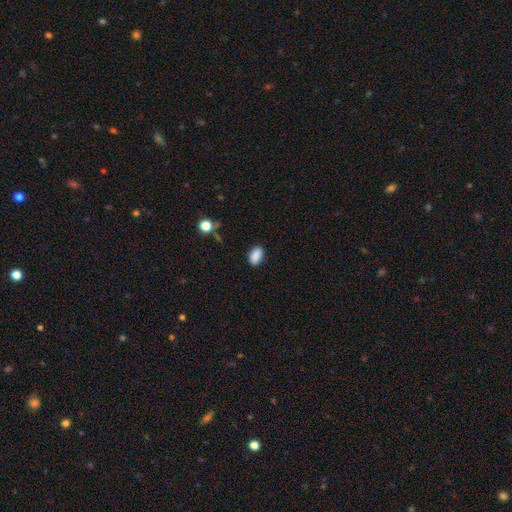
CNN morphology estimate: The model was most divided on "merging": none: 85%, minor disturbance: 11%, major disturbance: 3%, merger: 1%. More confident: how rounded — in between (91%); smooth or featured — smooth (88%).